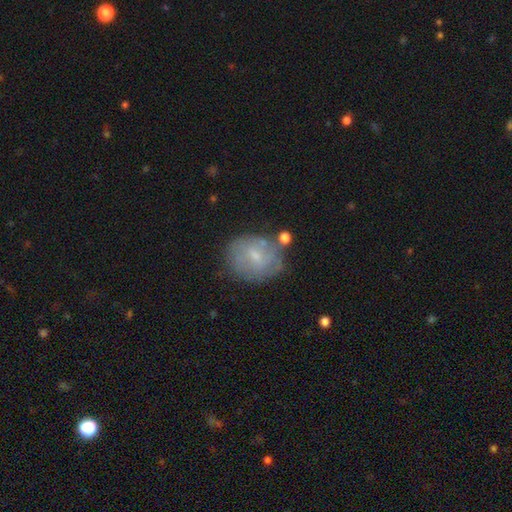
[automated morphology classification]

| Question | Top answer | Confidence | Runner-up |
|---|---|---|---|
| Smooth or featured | smooth | 48% | featured or disk (43%) |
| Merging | none | 61% | minor disturbance (23%) |